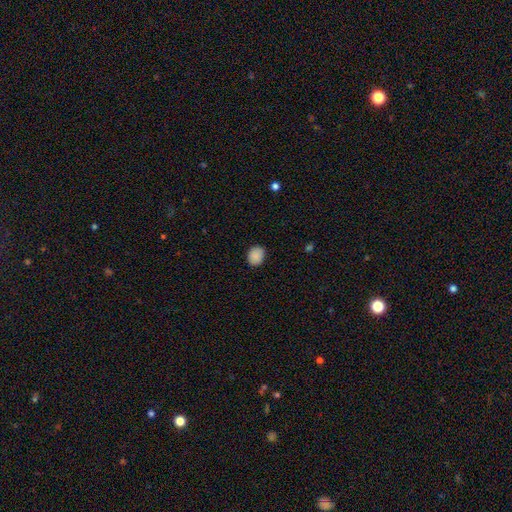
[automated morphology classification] The model was most divided on "how rounded": round: 53%, in between: 47%, cigar-shaped: 1%. More confident: smooth or featured — smooth (89%); merging — none (87%).